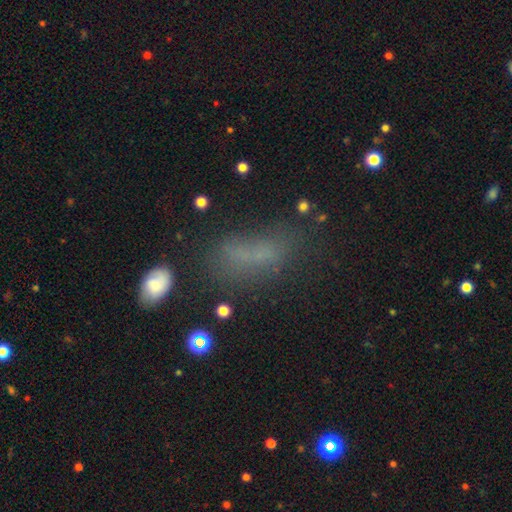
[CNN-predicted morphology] The model was most divided on "how rounded": in between: 57%, cigar-shaped: 37%, round: 6%. More confident: smooth or featured — smooth (56%); merging — none (50%).